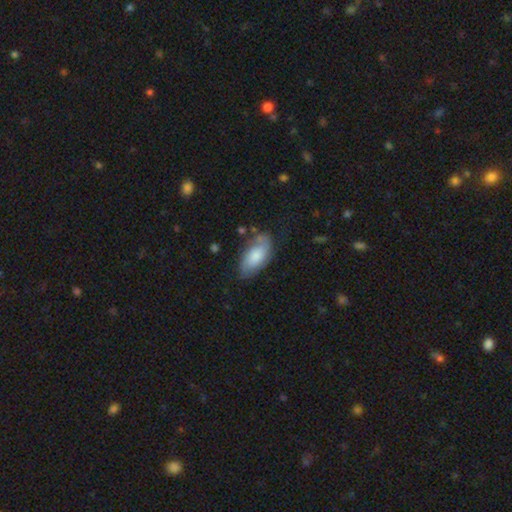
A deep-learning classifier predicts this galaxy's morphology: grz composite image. It shows a smooth galaxy with no disk features (58%) that is in between round and cigar-shaped (92%). Merging: none (65%).